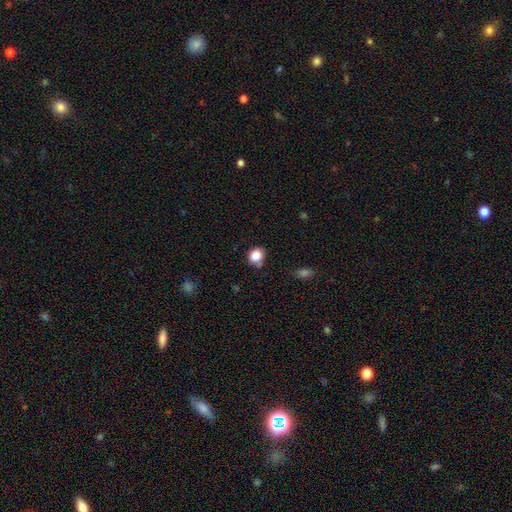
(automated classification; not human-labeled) Morphology: type=smooth (85%); roundness=round (72%); merging=none (70%).